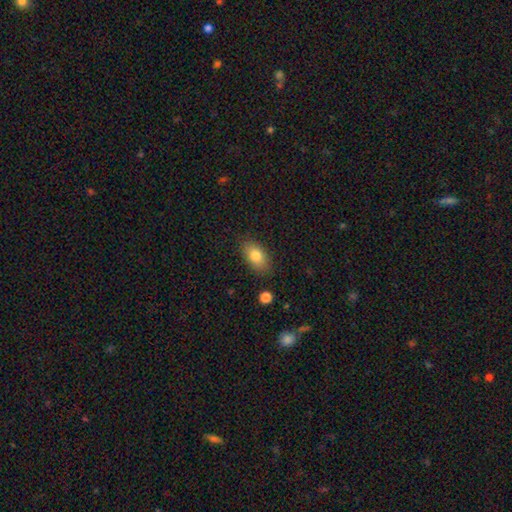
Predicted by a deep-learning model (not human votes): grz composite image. It shows a smooth galaxy with no disk features (81%) that is in between round and cigar-shaped (89%). Merging: none (83%).